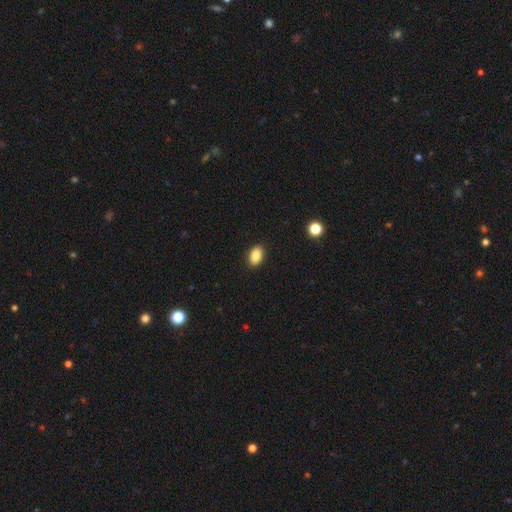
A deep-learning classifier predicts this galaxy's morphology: smooth 89%, star or artifact 8%, featured or disk 3%. Down the decision tree: how rounded — in between (88%); merging — none (90%).